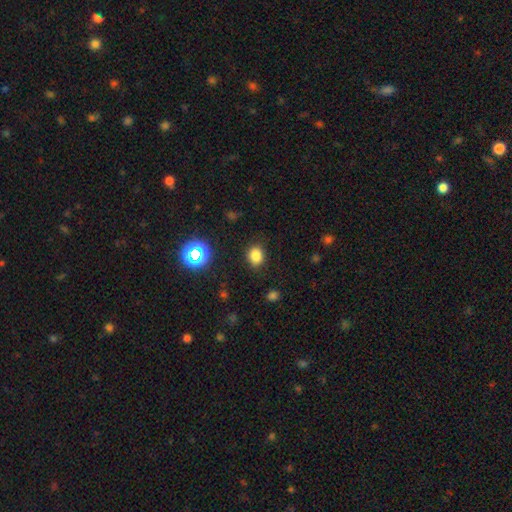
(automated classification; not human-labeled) This is likely a smooth galaxy (79%). How rounded: possibly round (54%). Merging: clearly none (84%).